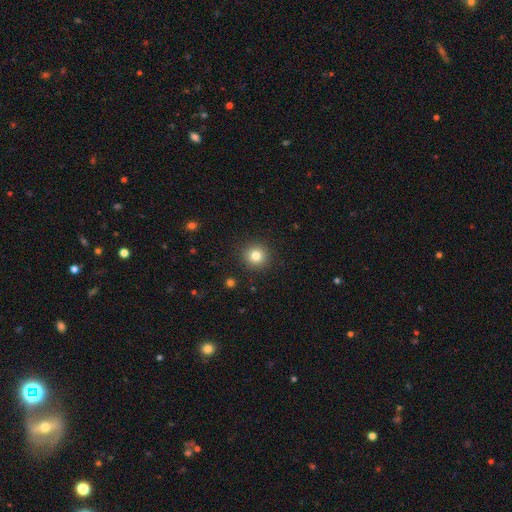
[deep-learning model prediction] This appears to be a smooth galaxy with no disk features (82%) that is round (94%). Merging: none (91%).